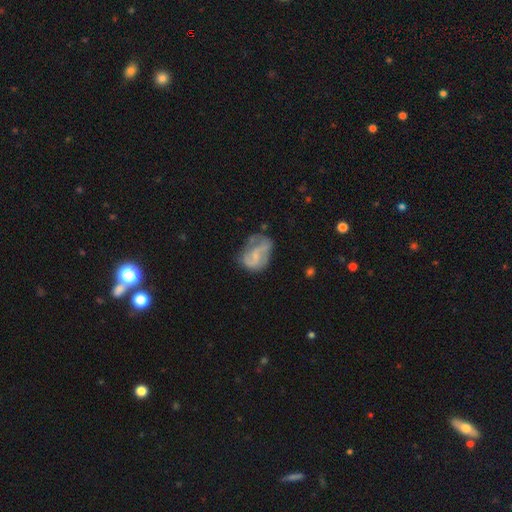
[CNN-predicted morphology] This is likely a featured or disk galaxy (61%). It is clearly not viewed edge-on (97%). Bar: marginally no (43%, tied with weak). Spiral arm pattern: likely yes (72%). Central bulge: marginally small (45%). Merging: marginally none (41%).